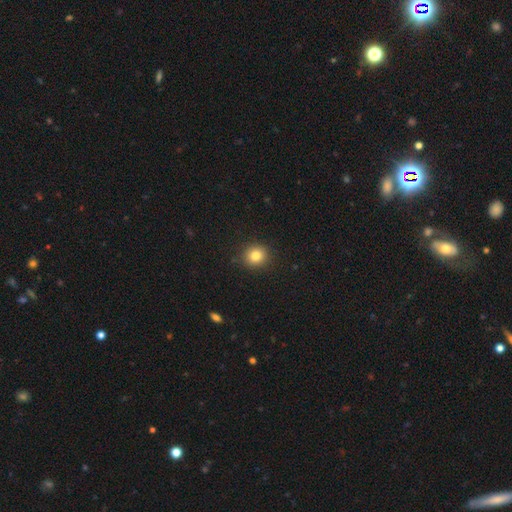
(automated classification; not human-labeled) A smooth galaxy with no disk features (82%) that is round (86%). Merging: none (90%).